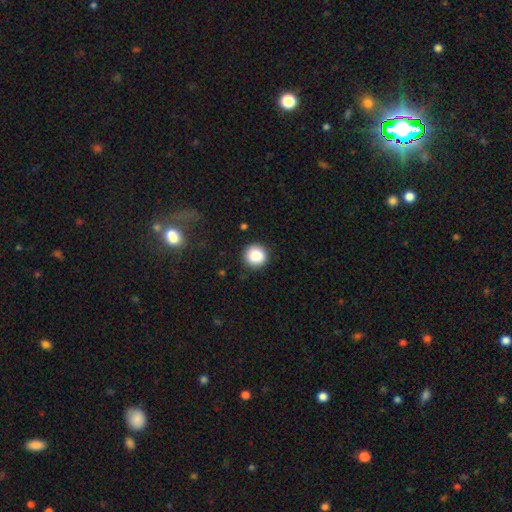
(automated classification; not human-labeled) The model was most divided on "smooth or featured": smooth: 87%, star or artifact: 9%, featured or disk: 4%. More confident: how rounded — round (93%); merging — none (90%).